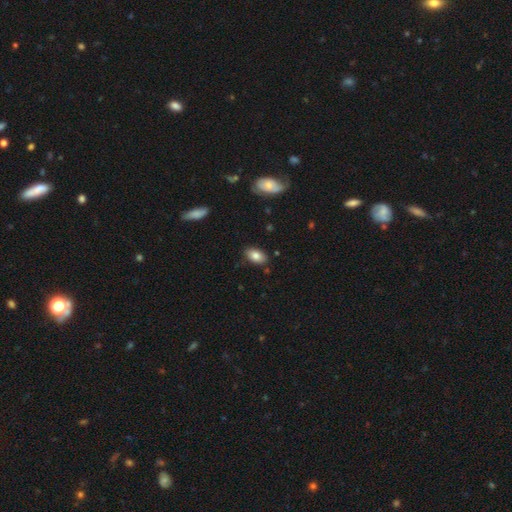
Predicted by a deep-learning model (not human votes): Morphology: type=smooth (82%); roundness=in between (92%); merging=none (83%).